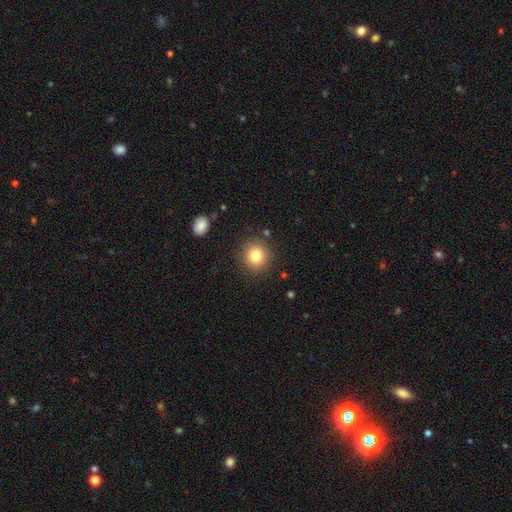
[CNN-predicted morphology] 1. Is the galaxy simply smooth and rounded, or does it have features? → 82% smooth, 11% star or artifact, 7% featured or disk.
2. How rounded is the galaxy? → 88% round, 11% in between, 1% cigar-shaped.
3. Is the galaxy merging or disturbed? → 87% none, 8% minor disturbance, 3% major disturbance, 2% merger.